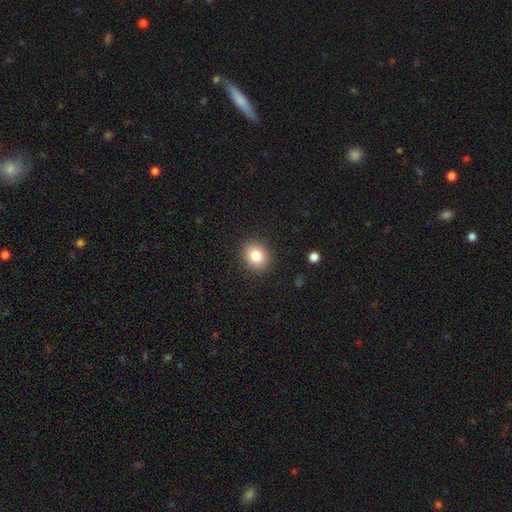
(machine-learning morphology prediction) type=smooth (82%); roundness=round (74%); merging=none (89%).